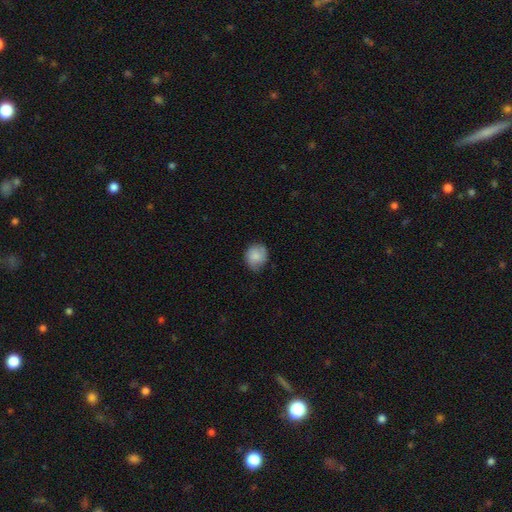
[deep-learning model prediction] The model was most divided on "merging": none: 69%, minor disturbance: 25%, major disturbance: 5%, merger: 1%. More confident: smooth or featured — smooth (81%); how rounded — round (73%).